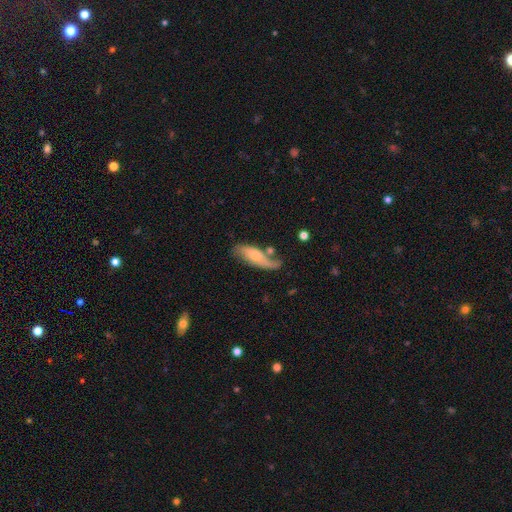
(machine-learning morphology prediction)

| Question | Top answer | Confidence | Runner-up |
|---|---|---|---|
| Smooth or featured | smooth | 49% | featured or disk (45%) |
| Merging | none | 45% | minor disturbance (26%) |